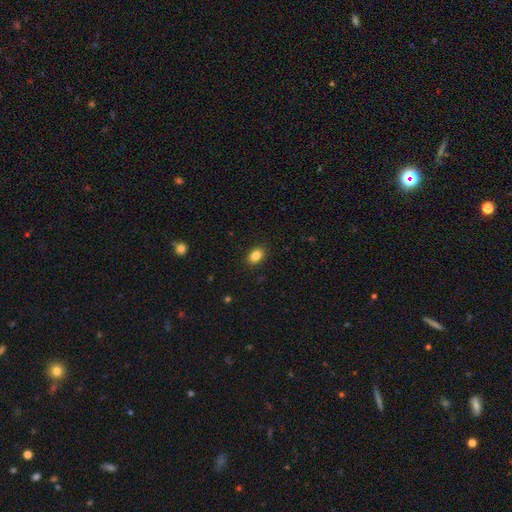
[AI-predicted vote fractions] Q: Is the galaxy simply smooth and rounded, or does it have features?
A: smooth — 86%.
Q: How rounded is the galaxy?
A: in between — 84%.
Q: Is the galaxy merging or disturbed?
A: none — 89%.